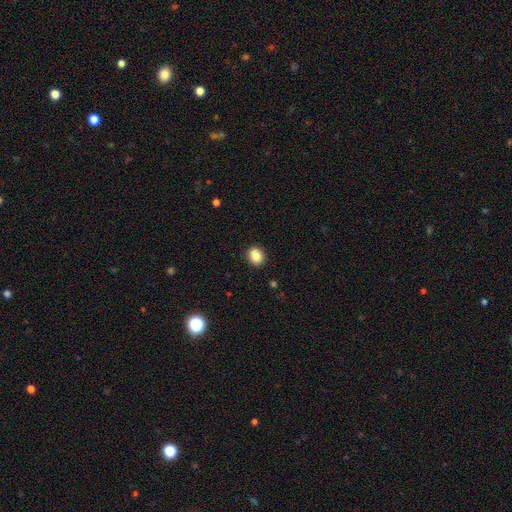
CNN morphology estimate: smooth_or_featured: smooth (p=0.86) [alt: star or artifact p=0.09]
how_rounded: round (p=0.65) [alt: in between p=0.34]
merging: none (p=0.91) [alt: minor disturbance p=0.06]